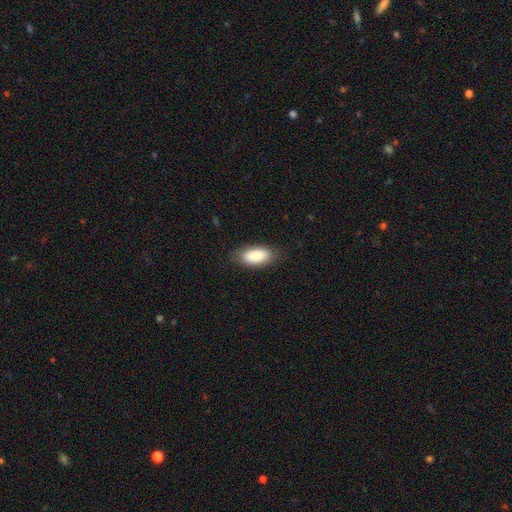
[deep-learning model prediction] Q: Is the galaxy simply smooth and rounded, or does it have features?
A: smooth — 85%.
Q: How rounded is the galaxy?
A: in between — 88%.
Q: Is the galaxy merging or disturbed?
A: none — 83%.